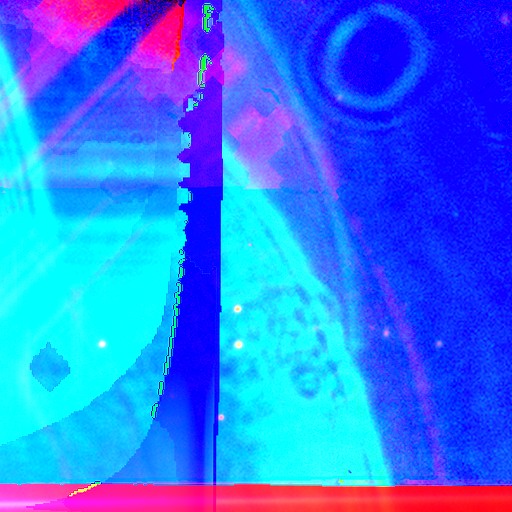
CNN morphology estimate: Smooth or featured?
  - star or artifact: 87% *
  - featured or disk: 7%
  - smooth: 6%